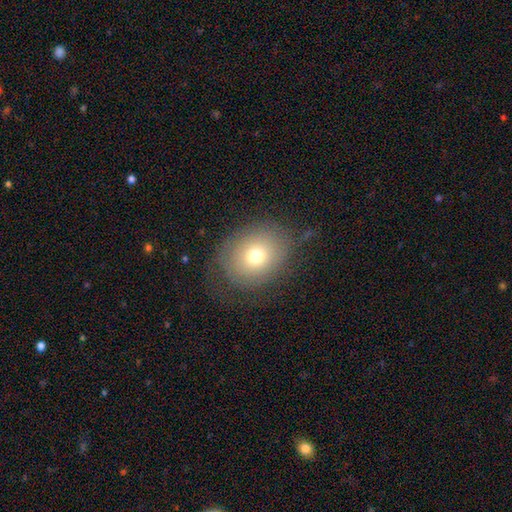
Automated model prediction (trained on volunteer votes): Morphology: type=smooth (67%); roundness=round (59%); merging=none (68%).